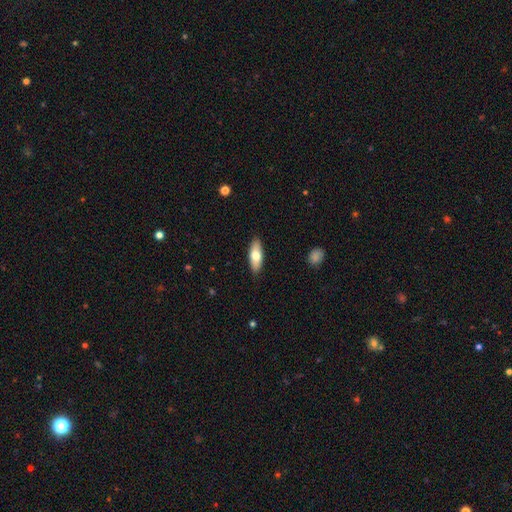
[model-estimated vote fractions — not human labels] smooth 69%, featured or disk 25%, star or artifact 6%. Down the decision tree: how rounded — in between (68%); merging — none (88%).